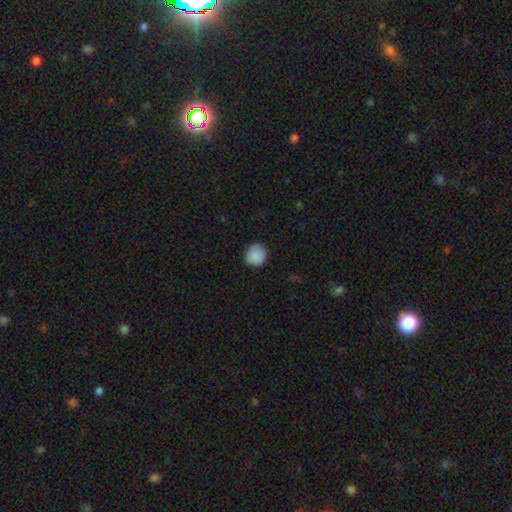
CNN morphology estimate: Q: Smooth or featured?
A: smooth (89%); runner-up: star or artifact (8%)
Q: How rounded?
A: round (88%); runner-up: in between (11%)
Q: Merging?
A: none (87%); runner-up: minor disturbance (10%)